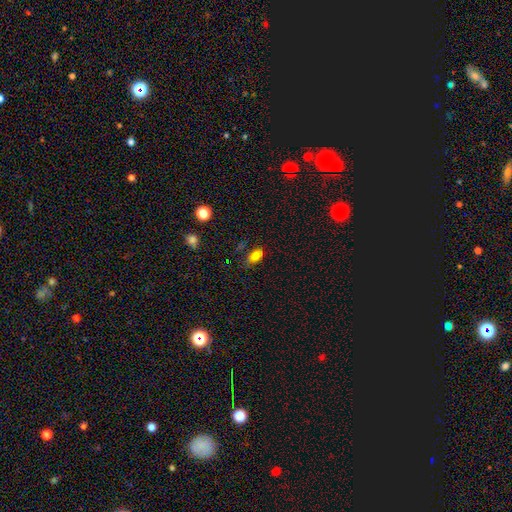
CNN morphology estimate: Q: Smooth or featured?
A: smooth (80%); runner-up: star or artifact (13%)
Q: How rounded?
A: in between (87%); runner-up: round (10%)
Q: Merging?
A: none (67%); runner-up: minor disturbance (24%)